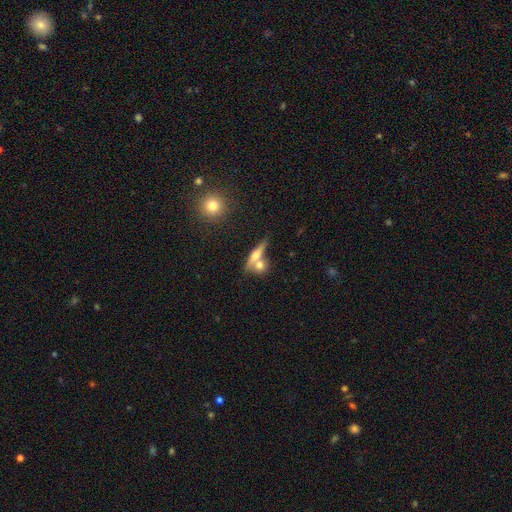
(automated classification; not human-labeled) A smooth galaxy with no disk features (49%).

Vote fractions:
- Smooth or featured? smooth: 49% / featured or disk: 42% / star or artifact: 9%
- Merging? none: 47% / merger: 40% / minor disturbance: 9% / major disturbance: 5%